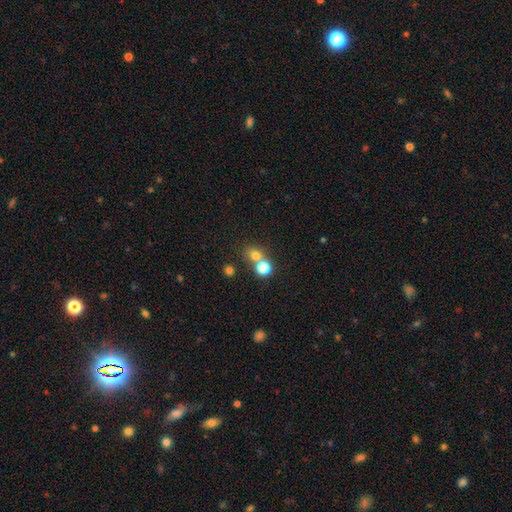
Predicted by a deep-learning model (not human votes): Smooth or featured?
  - smooth: 73% *
  - star or artifact: 18%
  - featured or disk: 9%
How rounded?
  - round: 80% *
  - in between: 19%
  - cigar-shaped: 1%
Merging?
  - none: 52% *
  - merger: 38%
  - minor disturbance: 7%
  - major disturbance: 3%